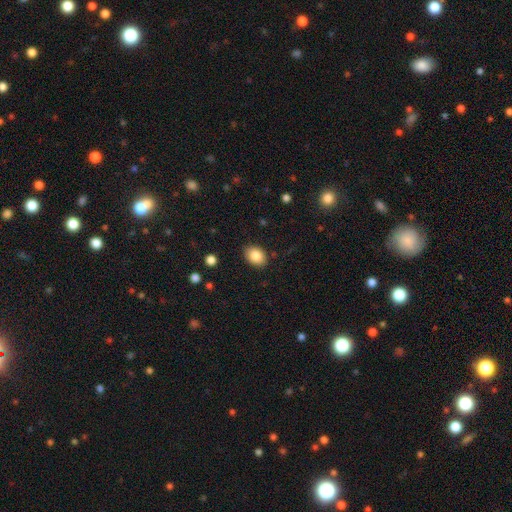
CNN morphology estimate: smooth-or-featured: smooth: 85% | star or artifact: 8% | featured or disk: 7%
  how-rounded: in between: 68% | round: 31% | cigar-shaped: 1%
  merging: none: 87% | minor disturbance: 10% | major disturbance: 2% | merger: 1%